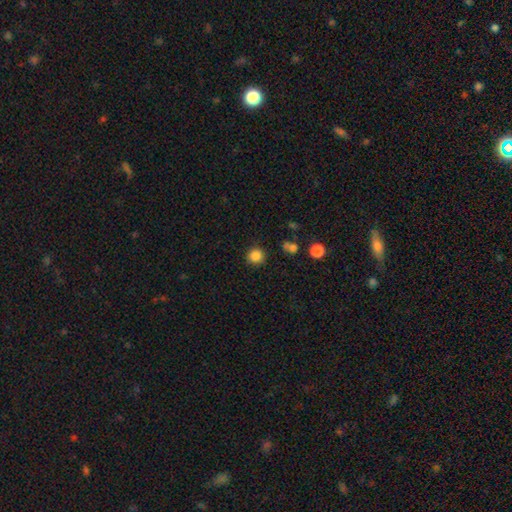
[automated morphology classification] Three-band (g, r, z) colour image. It shows a smooth galaxy with no disk features (84%) that is round (93%). Merging: none (88%).